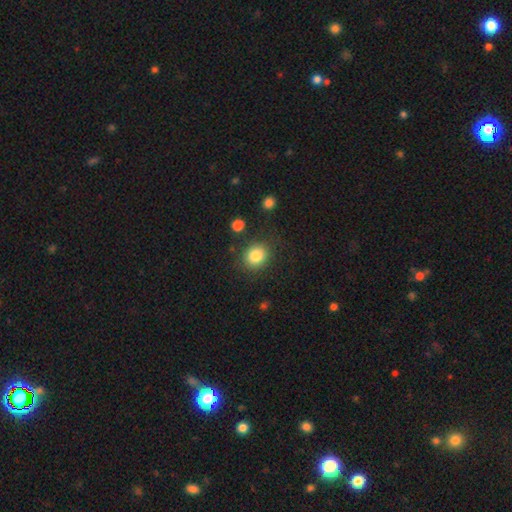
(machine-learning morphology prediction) A smooth galaxy with no disk features (84%) that is round (72%).

Vote fractions:
- Smooth or featured? smooth: 84% / star or artifact: 10% / featured or disk: 6%
- How rounded? round: 72% / in between: 27% / cigar-shaped: 1%
- Merging? none: 83% / minor disturbance: 10% / major disturbance: 4% / merger: 3%